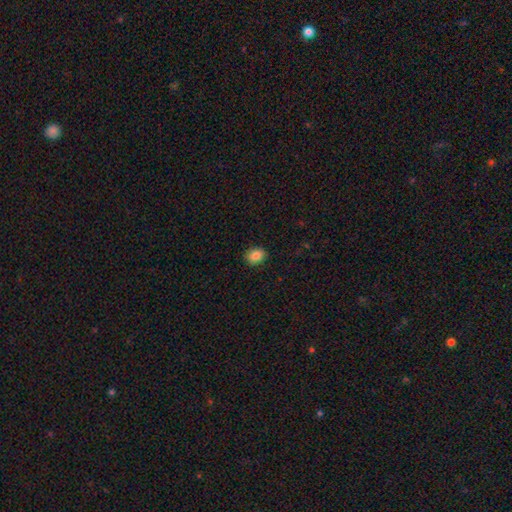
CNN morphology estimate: smooth-or-featured: smooth: 85% | star or artifact: 10% | featured or disk: 5%
  how-rounded: round: 52% | in between: 47% | cigar-shaped: 1%
  merging: none: 89% | minor disturbance: 8% | major disturbance: 2% | merger: 1%